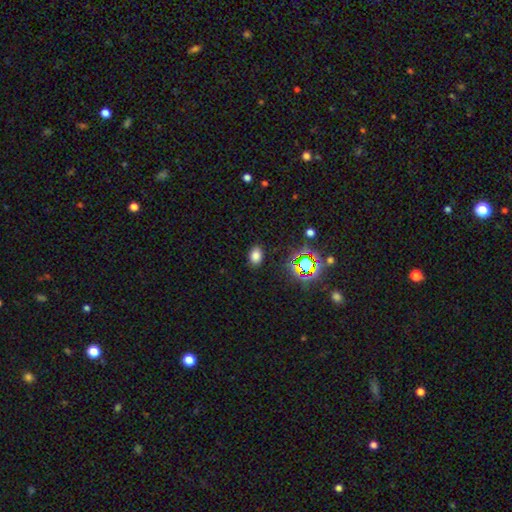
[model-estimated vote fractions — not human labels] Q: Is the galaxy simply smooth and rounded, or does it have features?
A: smooth — 75%.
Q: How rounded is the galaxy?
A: in between — 79%.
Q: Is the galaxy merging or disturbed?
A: none — 87%.